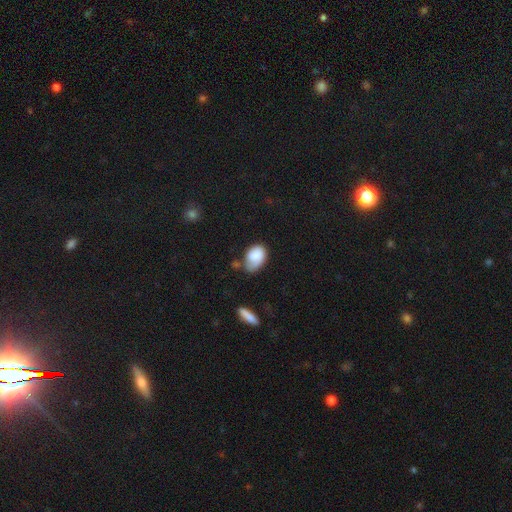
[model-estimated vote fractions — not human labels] Morphology: type=smooth (77%); roundness=in between (83%); merging=none (39%).